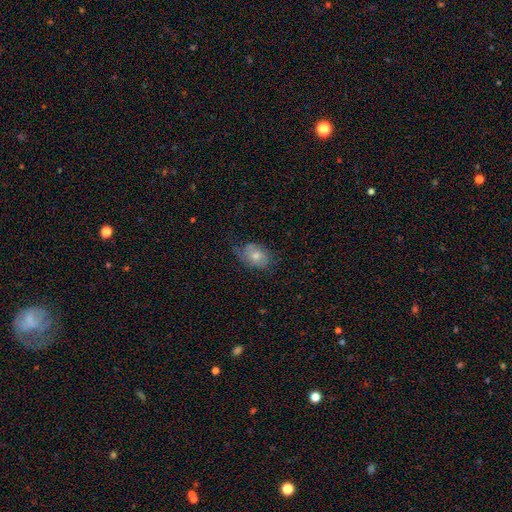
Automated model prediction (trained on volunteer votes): A featured or disk galaxy (53%) with no bar (79%), spiral arms (78%) and a moderate central bulge (65%). Merging: none (57%).